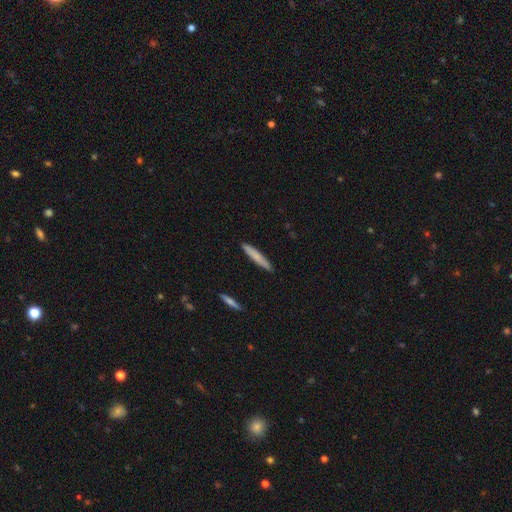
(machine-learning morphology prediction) The model was most divided on "smooth or featured": smooth: 71%, featured or disk: 23%, star or artifact: 6%. More confident: how rounded — cigar-shaped (93%); merging — none (90%).